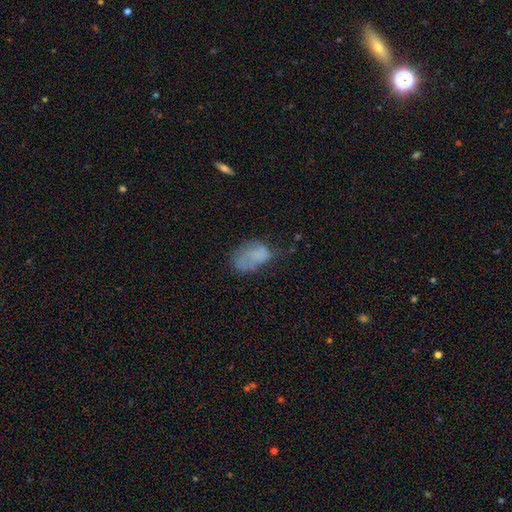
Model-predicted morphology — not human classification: A smooth galaxy with no disk features (62%) that is in between round and cigar-shaped (90%).

Vote fractions:
- Smooth or featured? smooth: 62% / featured or disk: 27% / star or artifact: 11%
- How rounded? in between: 90% / round: 8% / cigar-shaped: 2%
- Merging? none: 32% / minor disturbance: 31% / major disturbance: 31% / merger: 6%